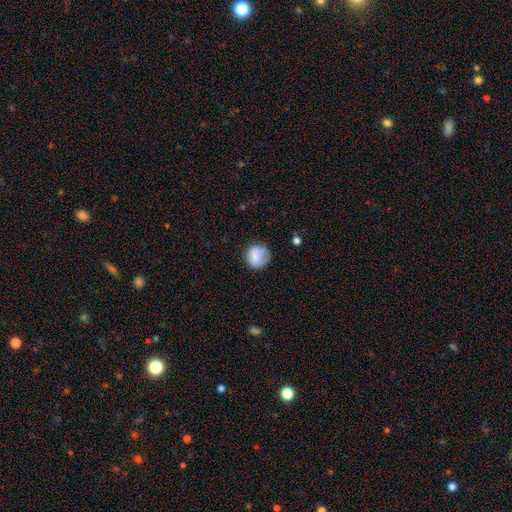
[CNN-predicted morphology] Smooth or featured?
  - smooth: 74% *
  - featured or disk: 18%
  - star or artifact: 8%
How rounded?
  - round: 87% *
  - in between: 12%
  - cigar-shaped: 1%
Merging?
  - none: 62% *
  - minor disturbance: 23%
  - major disturbance: 11%
  - merger: 3%